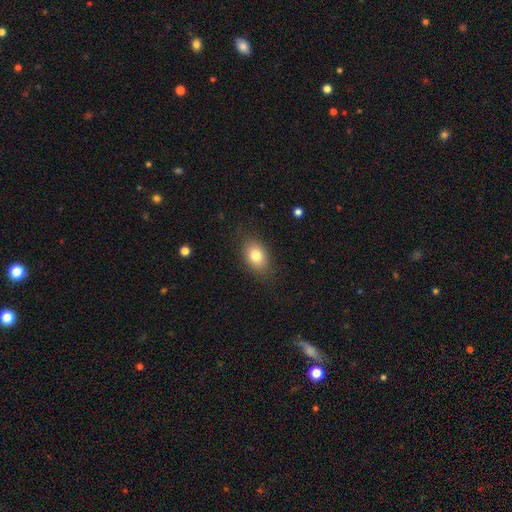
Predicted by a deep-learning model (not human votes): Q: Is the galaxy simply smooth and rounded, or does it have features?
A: smooth — 80%.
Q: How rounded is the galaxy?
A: in between — 77%.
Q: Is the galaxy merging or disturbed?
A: none — 82%.